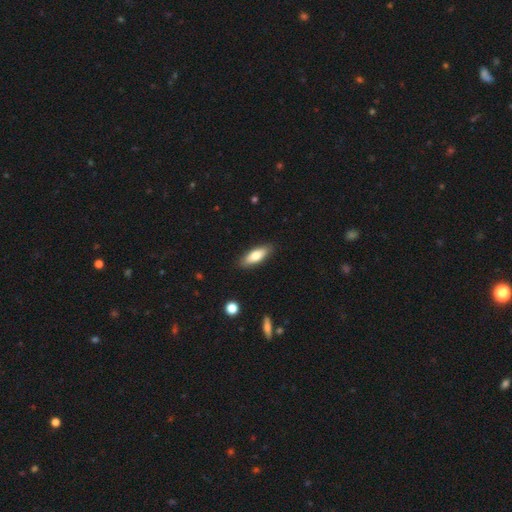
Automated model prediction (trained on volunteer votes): Smooth or featured? smooth (72%)
How rounded? in between (69%)
Merging? none (87%)